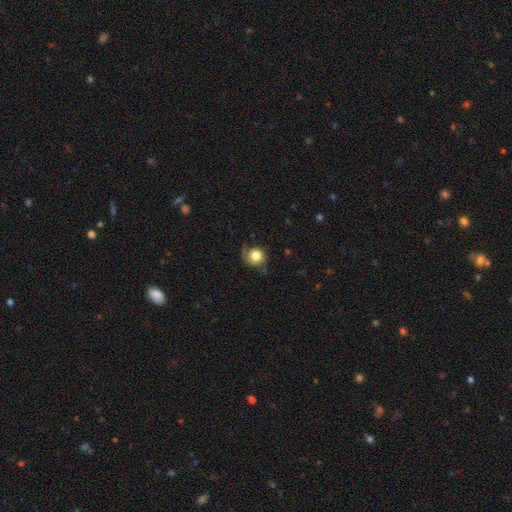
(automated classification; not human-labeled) smooth-or-featured: smooth: 67% | featured or disk: 24% | star or artifact: 9%
  how-rounded: round: 81% | in between: 18% | cigar-shaped: 1%
  merging: none: 58% | minor disturbance: 26% | major disturbance: 14% | merger: 2%